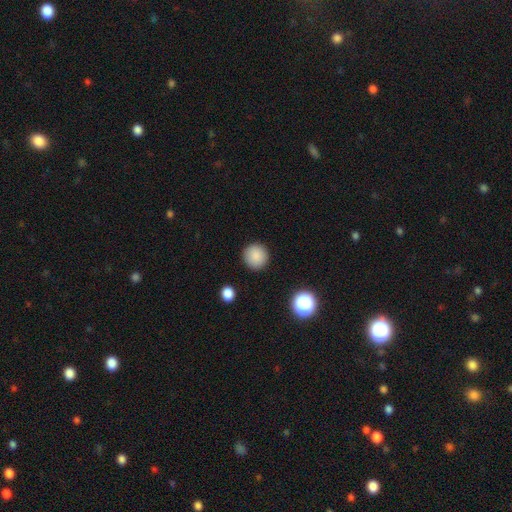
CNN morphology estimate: Smooth or featured: smooth — 86% (star or artifact — 10%)
How rounded: round — 95% (in between — 4%)
Merging: none — 91% (minor disturbance — 5%)